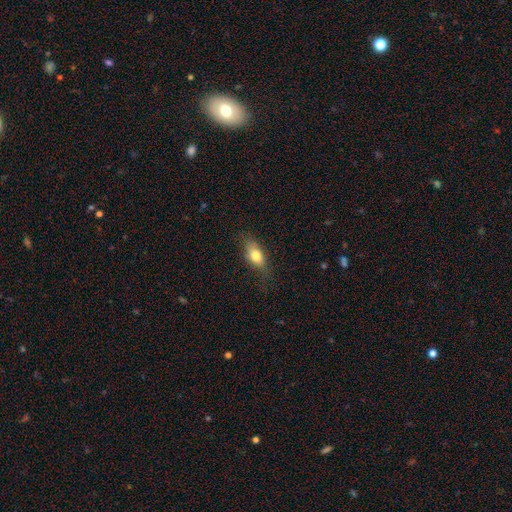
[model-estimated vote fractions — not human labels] Morphology: type=smooth (75%); roundness=in between (80%); merging=none (70%).